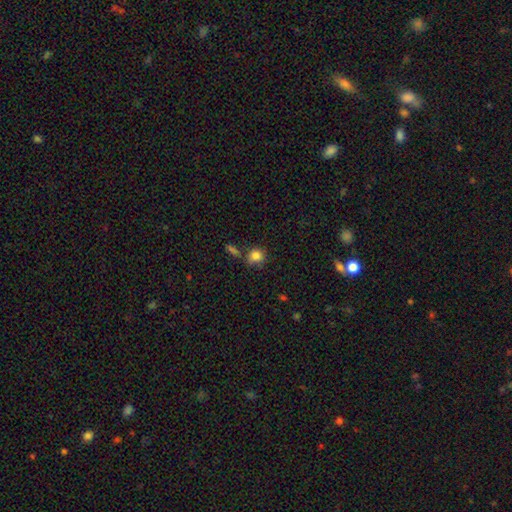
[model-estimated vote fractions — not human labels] This is clearly a smooth galaxy (82%). How rounded: clearly round (81%). Merging: likely none (64%).